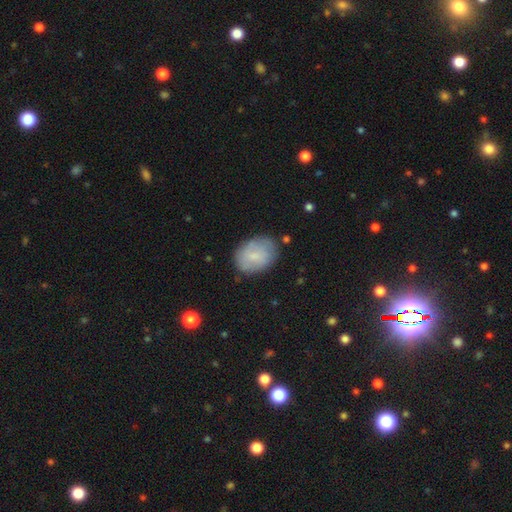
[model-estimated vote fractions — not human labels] A smooth galaxy with no disk features (73%) that is in between round and cigar-shaped (74%).

Vote fractions:
- Smooth or featured? smooth: 73% / featured or disk: 21% / star or artifact: 7%
- How rounded? in between: 74% / round: 25% / cigar-shaped: 1%
- Merging? none: 74% / minor disturbance: 19% / major disturbance: 5% / merger: 2%